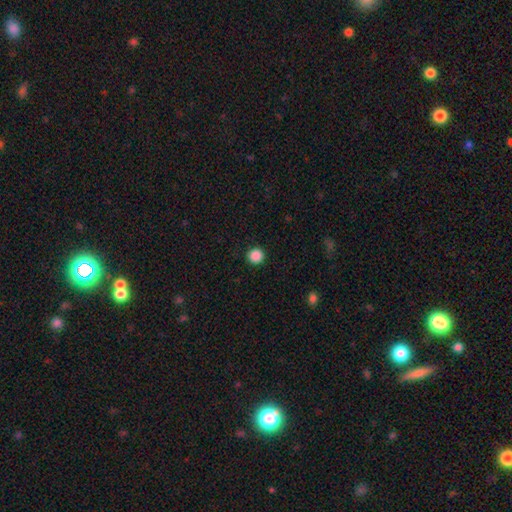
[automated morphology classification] Smooth or featured?
  - smooth: 88% *
  - star or artifact: 10%
  - featured or disk: 2%
How rounded?
  - round: 95% *
  - in between: 4%
  - cigar-shaped: 1%
Merging?
  - none: 93% *
  - minor disturbance: 5%
  - major disturbance: 2%
  - merger: 1%